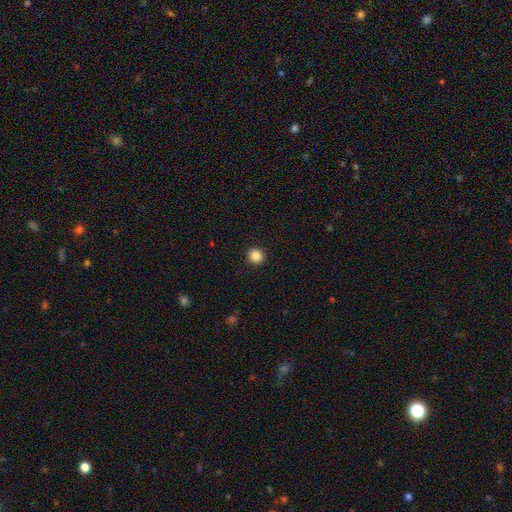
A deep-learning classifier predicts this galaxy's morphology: Smooth or featured? Predicted: smooth (p=0.87). How rounded? Predicted: round (p=0.93). Merging? Predicted: none (p=0.93).